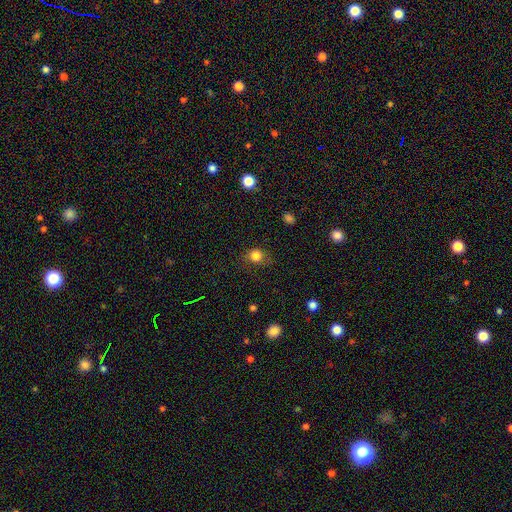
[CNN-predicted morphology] This appears to be a smooth galaxy with no disk features (81%) that is round (70%). Merging: none (68%).